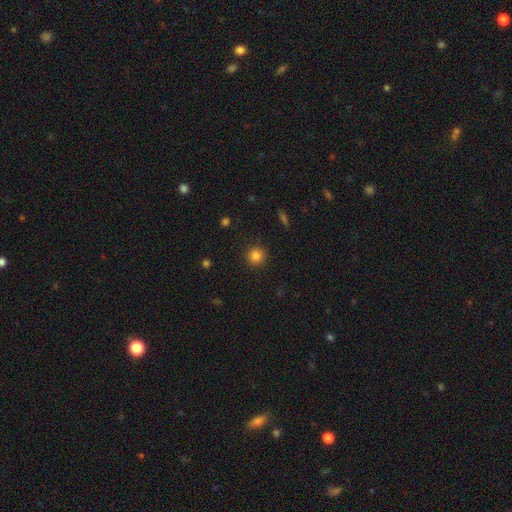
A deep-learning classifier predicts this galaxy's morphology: A smooth galaxy with no disk features (84%) that is round (94%). Merging: none (91%).